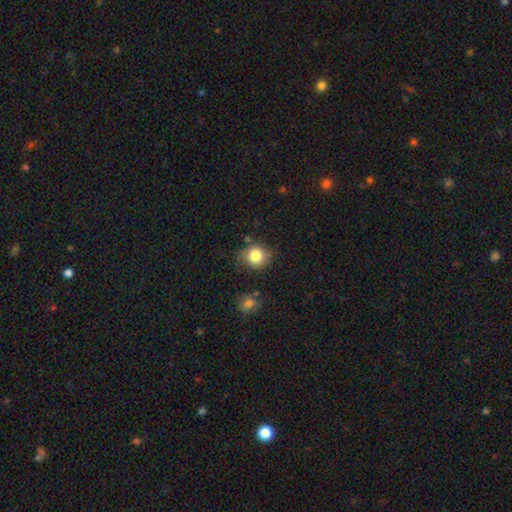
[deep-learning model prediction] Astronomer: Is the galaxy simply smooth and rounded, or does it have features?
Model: smooth — 82%.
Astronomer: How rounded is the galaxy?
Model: round — 81%.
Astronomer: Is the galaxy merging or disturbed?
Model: none — 75%.